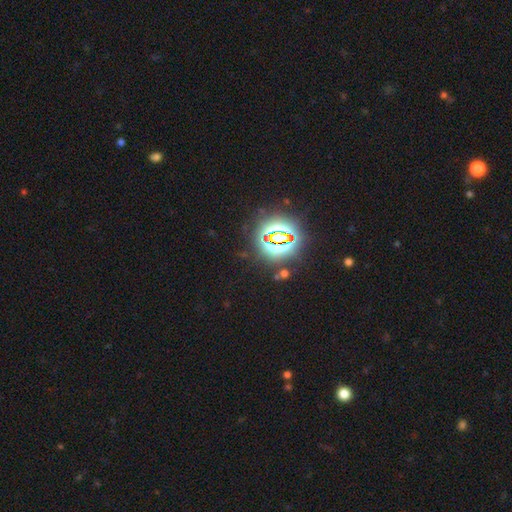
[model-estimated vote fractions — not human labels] Smooth or featured?
  - star or artifact: 85% *
  - smooth: 9%
  - featured or disk: 5%